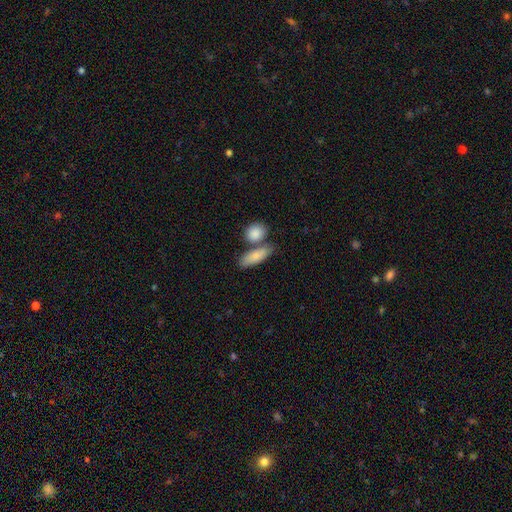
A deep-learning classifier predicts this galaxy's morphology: A smooth galaxy with no disk features (82%) that is in between round and cigar-shaped (67%). Merging: none (56%).